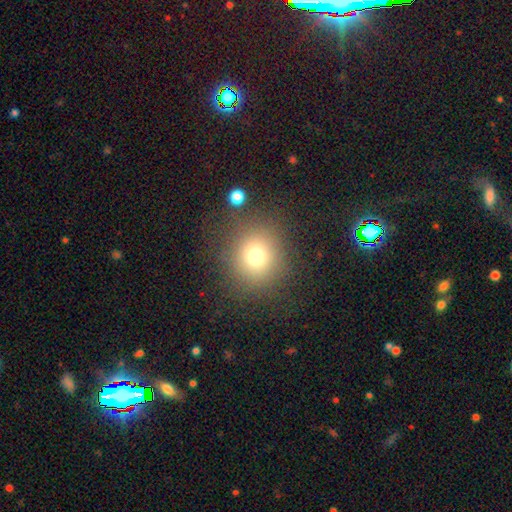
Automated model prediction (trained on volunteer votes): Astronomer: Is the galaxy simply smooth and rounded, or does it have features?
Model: smooth — 73%.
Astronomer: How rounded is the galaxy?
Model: round — 88%.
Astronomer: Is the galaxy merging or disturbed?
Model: none — 83%.